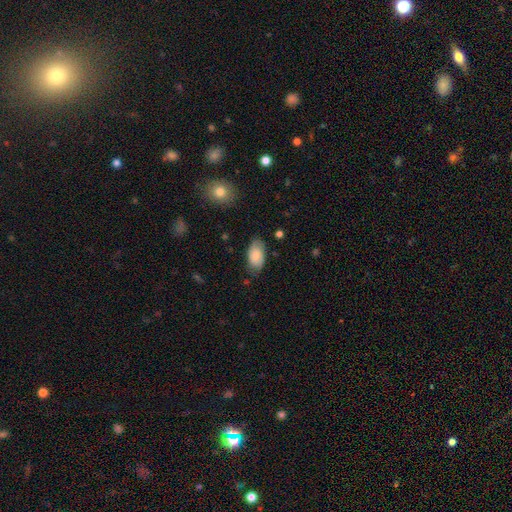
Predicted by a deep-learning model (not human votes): Smooth or featured? smooth (77%)
How rounded? in between (94%)
Merging? none (71%)